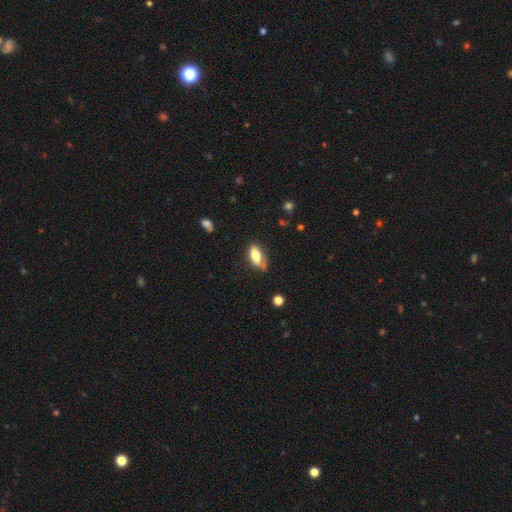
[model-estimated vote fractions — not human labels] Q: Smooth or featured?
A: smooth (75%); runner-up: featured or disk (18%)
Q: How rounded?
A: in between (82%); runner-up: cigar-shaped (15%)
Q: Merging?
A: none (64%); runner-up: minor disturbance (26%)